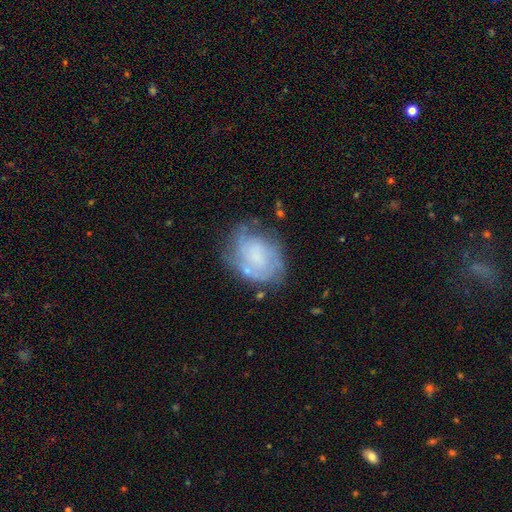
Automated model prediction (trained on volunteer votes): A featured or disk galaxy (58%) with no bar (72%), spiral arms (72%) and no central bulge (46%). Merging: none (58%).